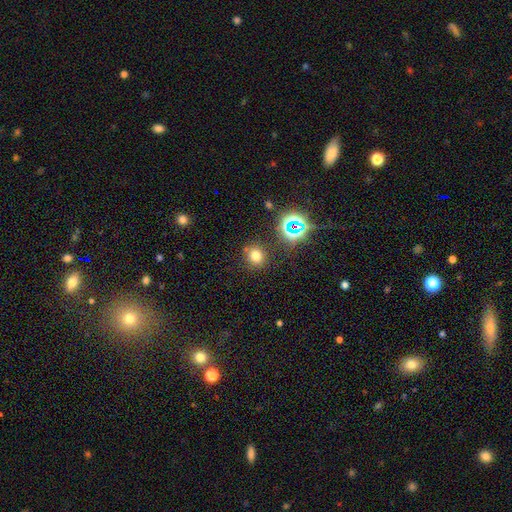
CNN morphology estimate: This is likely a smooth galaxy (69%). How rounded: clearly round (82%). Merging: clearly none (83%).